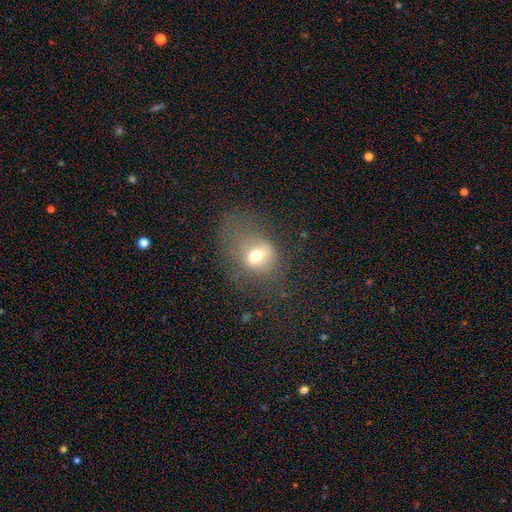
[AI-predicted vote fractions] A smooth galaxy with no disk features (61%) that is in between round and cigar-shaped (50%).

Vote fractions:
- Smooth or featured? smooth: 61% / featured or disk: 23% / star or artifact: 16%
- How rounded? in between: 50% / round: 49% / cigar-shaped: 2%
- Merging? none: 44% / major disturbance: 32% / minor disturbance: 22% / merger: 3%